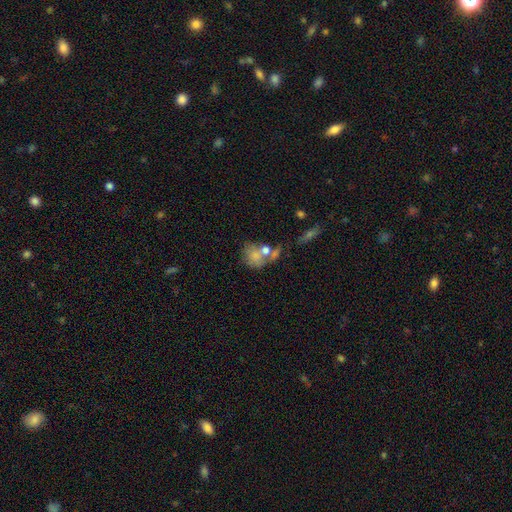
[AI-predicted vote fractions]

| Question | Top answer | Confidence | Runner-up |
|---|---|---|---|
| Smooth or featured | smooth | 63% | featured or disk (27%) |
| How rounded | round | 51% | in between (48%) |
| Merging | merger | 46% | none (27%) |